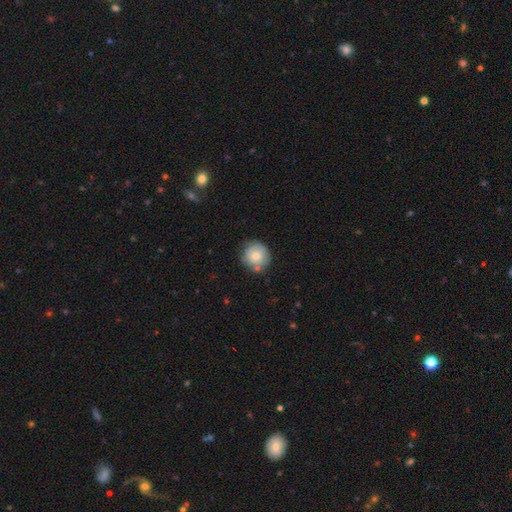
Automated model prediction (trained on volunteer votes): This appears to be a smooth galaxy with no disk features (75%) that is round (91%). Merging: none (72%).